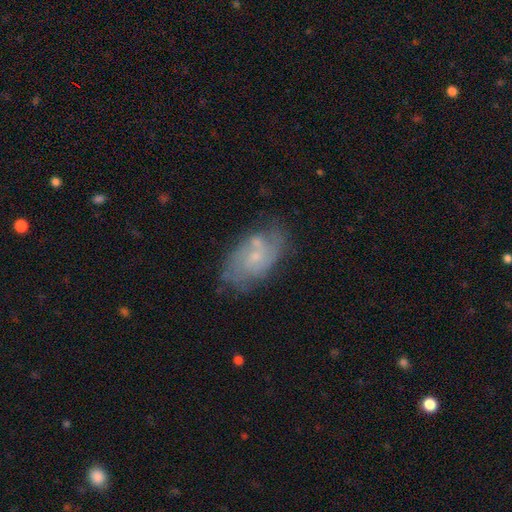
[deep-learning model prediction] smooth-or-featured: featured or disk: 65% | smooth: 26% | star or artifact: 9%
  disk-edge-on: no: 96% | yes: 4%
    bar: no: 67% | weak: 29% | strong: 4%
    has-spiral-arms: yes: 77% | no: 23%
    bulge-size: small: 73% | moderate: 20% | none: 5% | large: 1% | dominant: 1%
  merging: none: 61% | minor disturbance: 22% | merger: 9% | major disturbance: 8%